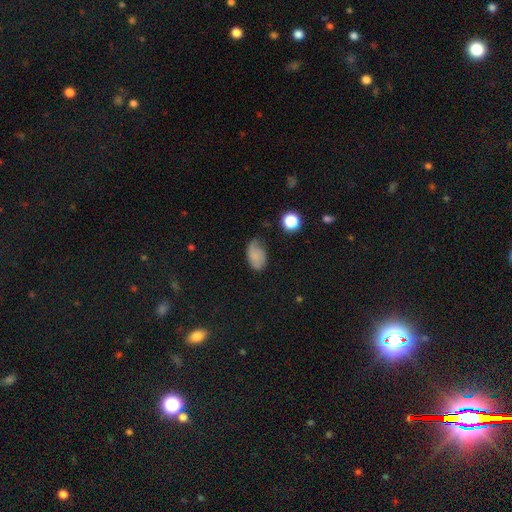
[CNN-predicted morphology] A smooth galaxy with no disk features (67%) that is in between round and cigar-shaped (87%).

Vote fractions:
- Smooth or featured? smooth: 67% / featured or disk: 22% / star or artifact: 12%
- How rounded? in between: 87% / round: 12% / cigar-shaped: 1%
- Merging? none: 50% / minor disturbance: 34% / major disturbance: 13% / merger: 3%